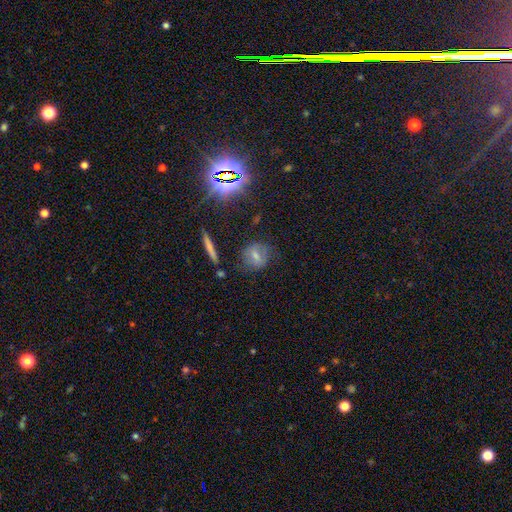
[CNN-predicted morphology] smooth 39%, star or artifact 33%, featured or disk 28%. Down the decision tree: merging — none (79%).